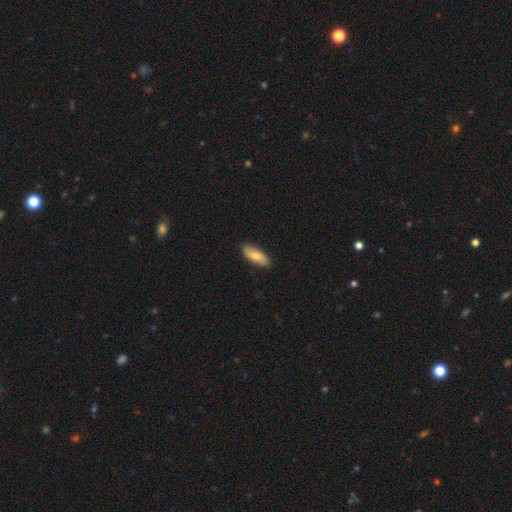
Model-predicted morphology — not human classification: Smooth or featured?
  - smooth: 76% *
  - featured or disk: 18%
  - star or artifact: 6%
How rounded?
  - in between: 72% *
  - cigar-shaped: 25%
  - round: 2%
Merging?
  - none: 86% *
  - minor disturbance: 11%
  - major disturbance: 2%
  - merger: 1%